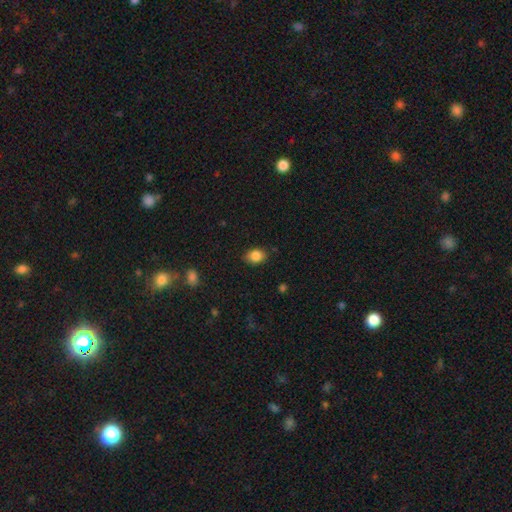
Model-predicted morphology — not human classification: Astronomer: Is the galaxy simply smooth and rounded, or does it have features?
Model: smooth — 86%.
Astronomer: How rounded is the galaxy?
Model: in between — 64%.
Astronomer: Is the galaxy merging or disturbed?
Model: none — 82%.